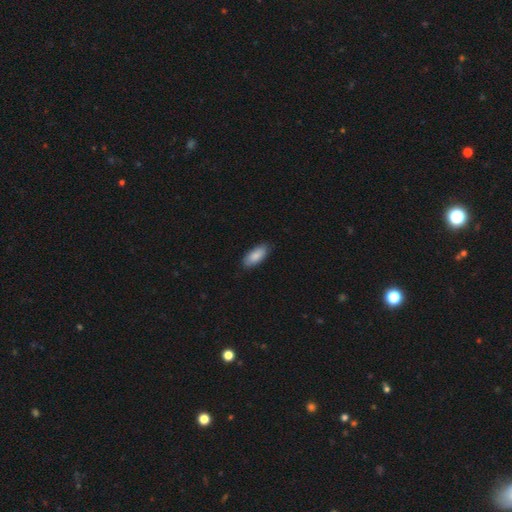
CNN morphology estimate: This is clearly a smooth galaxy (85%). How rounded: clearly in between (86%). Merging: clearly none (84%).